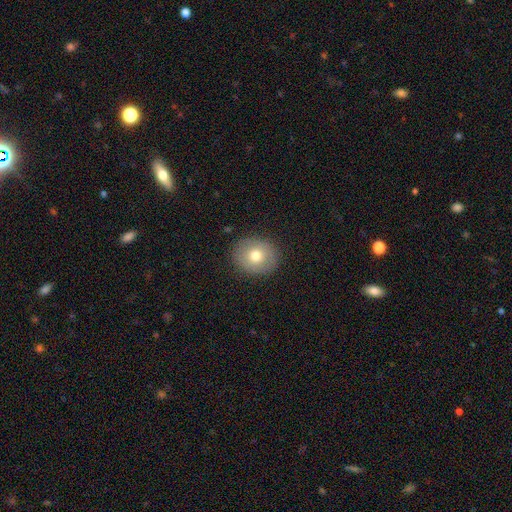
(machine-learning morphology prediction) Overall: smooth (70%). How rounded: round (73%). Merging: none (88%).